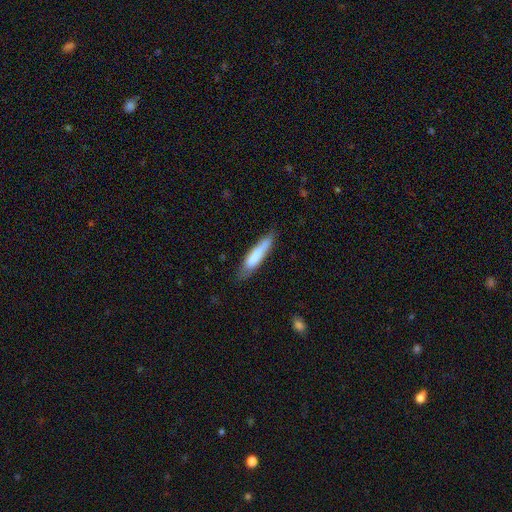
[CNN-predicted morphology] Q: Smooth or featured?
A: smooth (75%); runner-up: featured or disk (19%)
Q: How rounded?
A: cigar-shaped (82%); runner-up: in between (17%)
Q: Merging?
A: none (72%); runner-up: minor disturbance (21%)